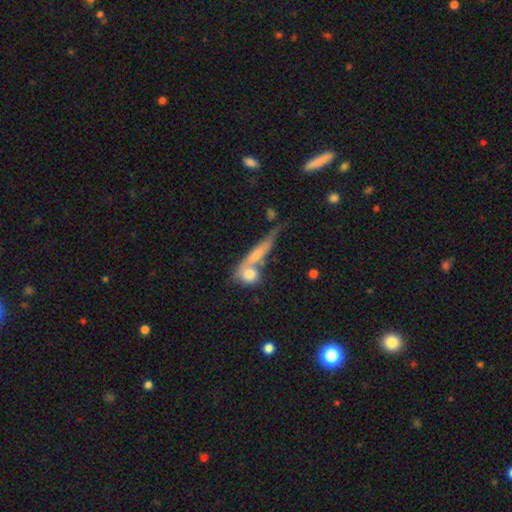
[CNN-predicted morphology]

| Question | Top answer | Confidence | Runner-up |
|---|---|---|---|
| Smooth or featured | smooth | 62% | featured or disk (30%) |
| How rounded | cigar-shaped | 55% | in between (25%) |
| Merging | merger | 40% | none (39%) |